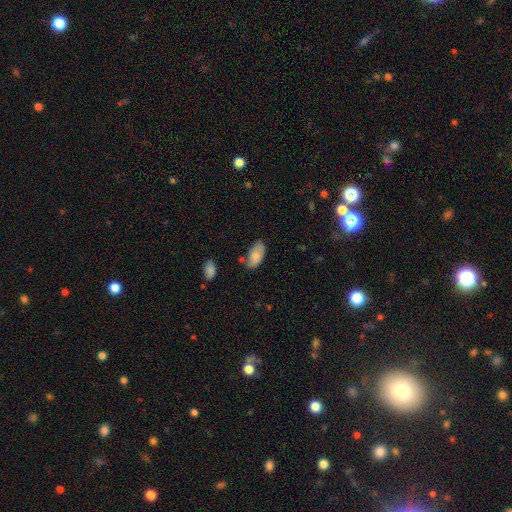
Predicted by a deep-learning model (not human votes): Morphology: type=smooth (80%); roundness=in between (94%); merging=none (67%).